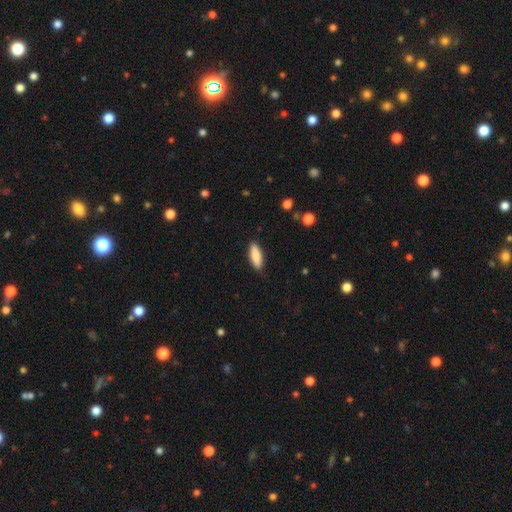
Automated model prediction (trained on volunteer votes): Smooth or featured: smooth — 83% (featured or disk — 11%)
How rounded: in between — 61% (cigar-shaped — 38%)
Merging: none — 88% (minor disturbance — 9%)